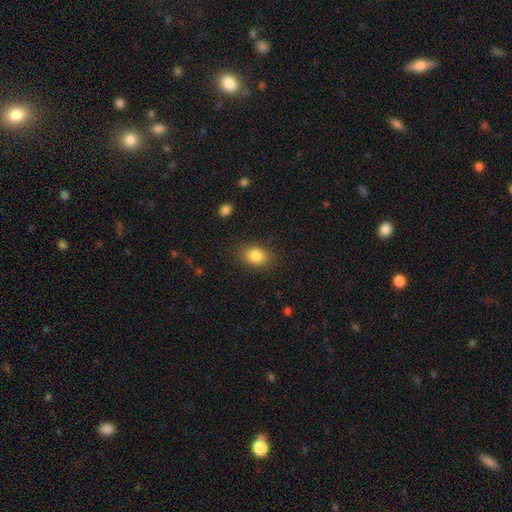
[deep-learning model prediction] smooth_or_featured: smooth (p=0.85) [alt: star or artifact p=0.09]
how_rounded: in between (p=0.70) [alt: round p=0.29]
merging: none (p=0.83) [alt: minor disturbance p=0.12]